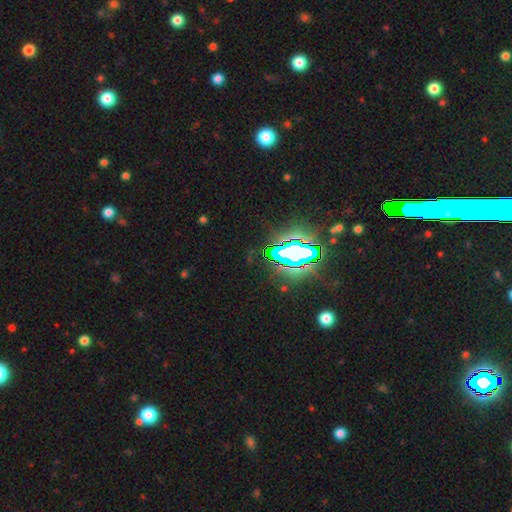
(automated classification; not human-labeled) A star or artifact, not a galaxy (81%).